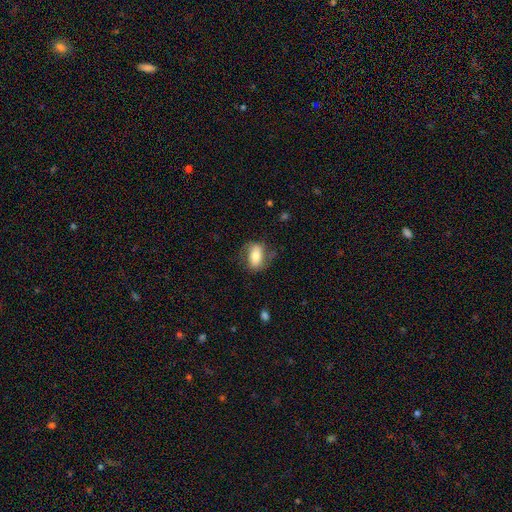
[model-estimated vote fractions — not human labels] Smooth or featured? Predicted: smooth (p=0.61). How rounded? Predicted: in between (p=0.85). Merging? Predicted: none (p=0.65).